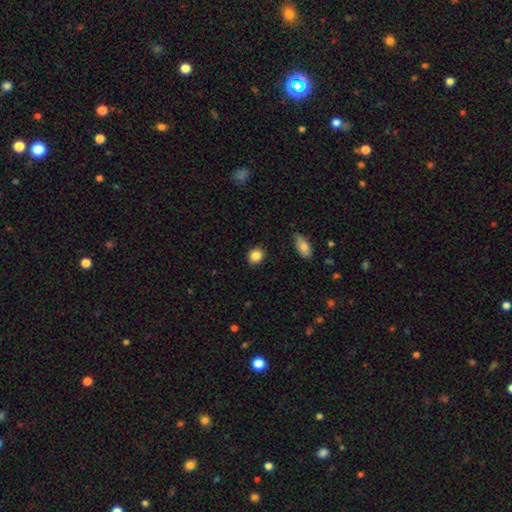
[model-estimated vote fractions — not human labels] A smooth galaxy with no disk features (86%) that is round (67%).

Vote fractions:
- Smooth or featured? smooth: 86% / star or artifact: 9% / featured or disk: 6%
- How rounded? round: 67% / in between: 32% / cigar-shaped: 1%
- Merging? none: 89% / minor disturbance: 8% / major disturbance: 2% / merger: 1%